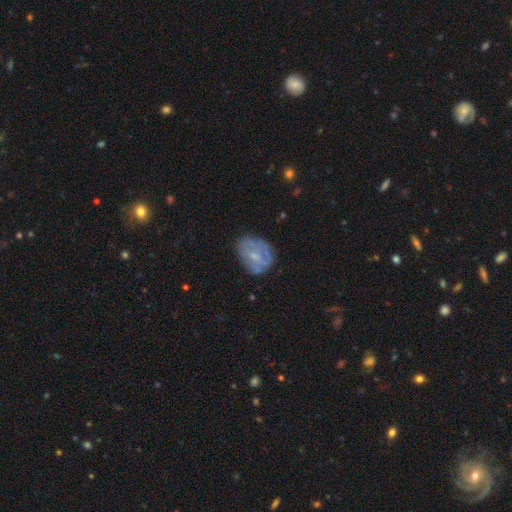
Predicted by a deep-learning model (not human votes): Smooth or featured? Predicted: featured or disk (p=0.48). Merging? Predicted: none (p=0.59).